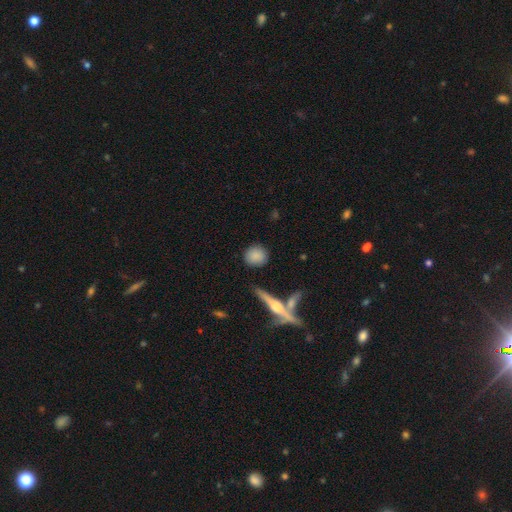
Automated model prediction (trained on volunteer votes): smooth_or_featured: smooth (p=0.82) [alt: featured or disk p=0.10]
how_rounded: round (p=0.81) [alt: in between p=0.15]
merging: none (p=0.83) [alt: minor disturbance p=0.09]